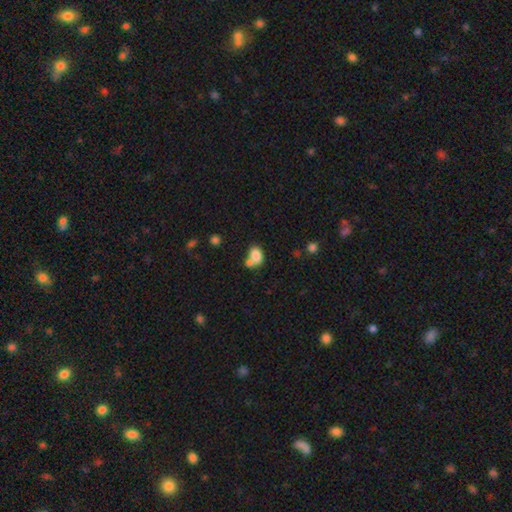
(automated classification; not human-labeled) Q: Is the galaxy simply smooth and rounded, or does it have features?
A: smooth — 81%.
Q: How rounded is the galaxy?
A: in between — 79%.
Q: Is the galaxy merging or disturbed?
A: merger — 45%.